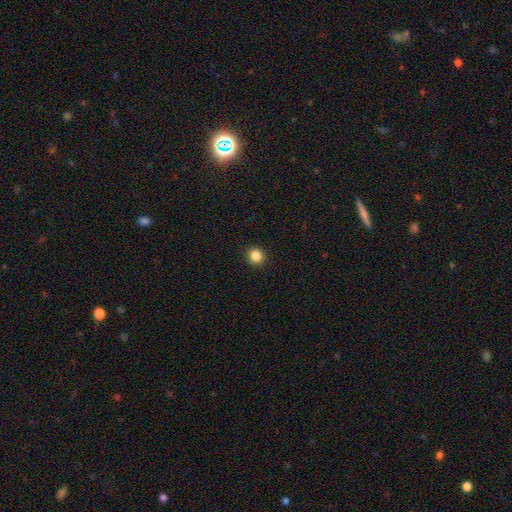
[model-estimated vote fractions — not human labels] This appears to be a smooth galaxy with no disk features (85%) that is round (90%). Merging: none (92%).